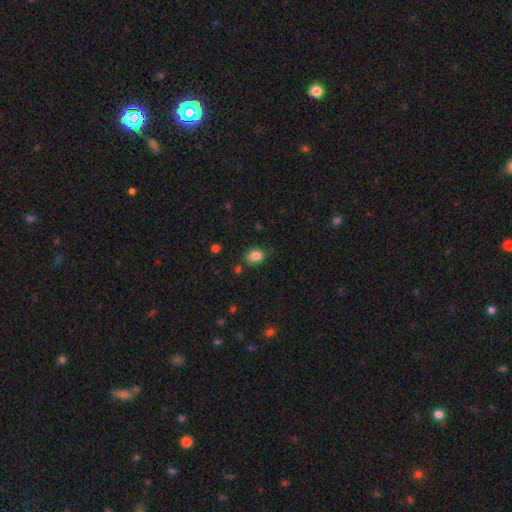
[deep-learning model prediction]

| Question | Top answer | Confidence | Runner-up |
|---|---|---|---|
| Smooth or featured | smooth | 85% | star or artifact (10%) |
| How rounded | in between | 55% | round (44%) |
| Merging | none | 75% | minor disturbance (17%) |